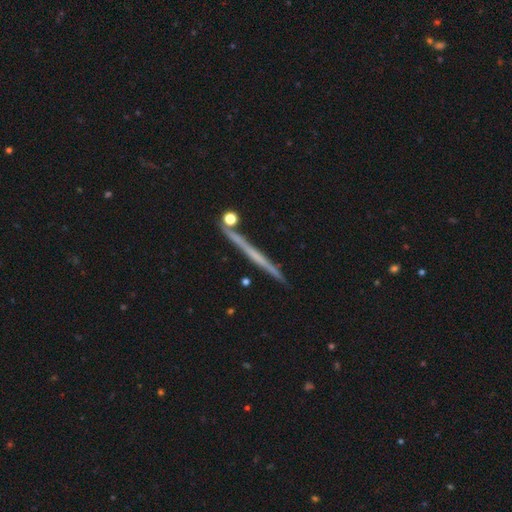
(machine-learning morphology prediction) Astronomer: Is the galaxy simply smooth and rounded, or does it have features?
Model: featured or disk — 58% (runner-up: smooth, 34%).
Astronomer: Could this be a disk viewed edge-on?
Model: yes — 97%.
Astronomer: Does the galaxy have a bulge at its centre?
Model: none — 86%.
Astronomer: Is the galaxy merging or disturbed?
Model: none — 87%.